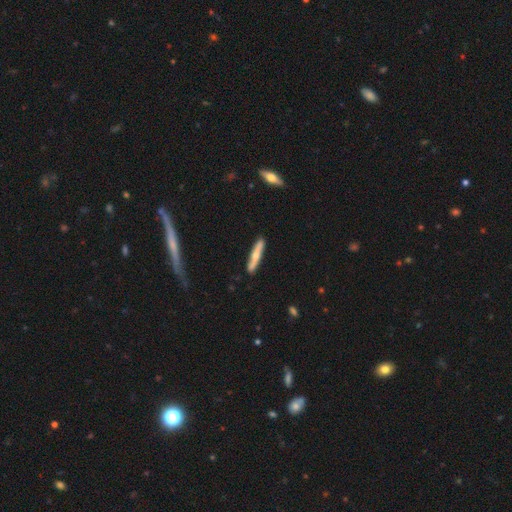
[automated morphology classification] A smooth galaxy with no disk features (48%). Merging: none (86%).